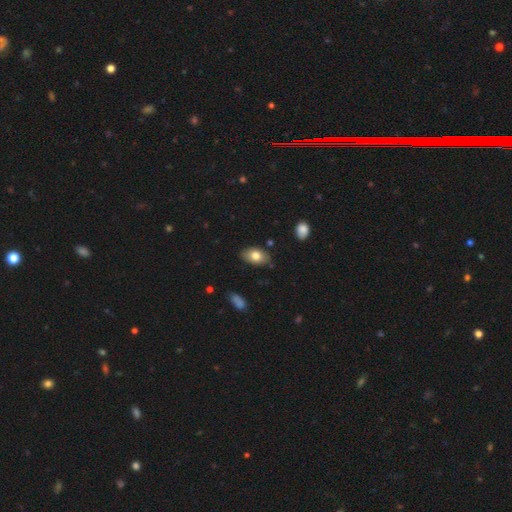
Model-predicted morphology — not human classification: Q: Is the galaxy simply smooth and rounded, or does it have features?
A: smooth — 77%.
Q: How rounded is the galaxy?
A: in between — 91%.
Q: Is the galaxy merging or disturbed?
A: none — 82%.